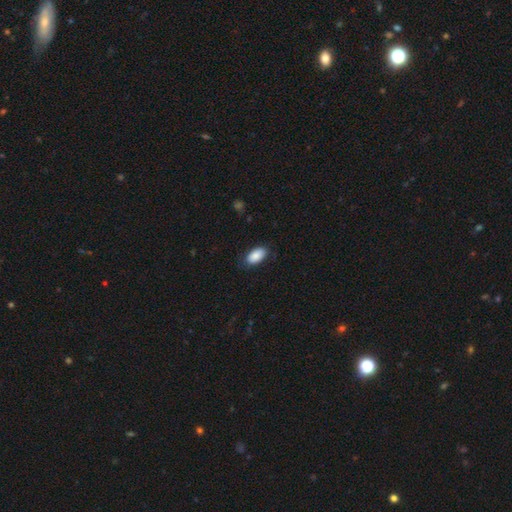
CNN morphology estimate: Smooth or featured: smooth — 88% (star or artifact — 6%)
How rounded: in between — 94% (round — 3%)
Merging: none — 82% (minor disturbance — 14%)